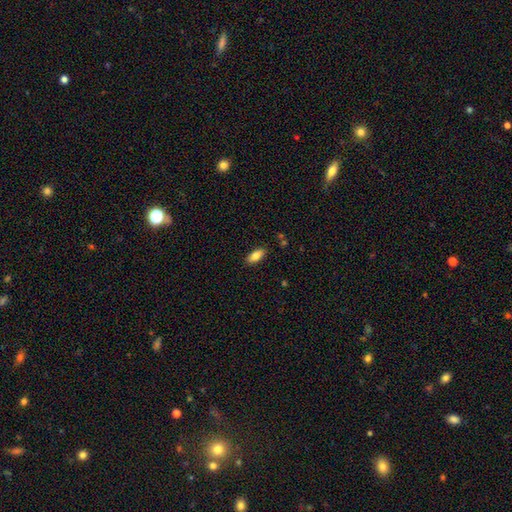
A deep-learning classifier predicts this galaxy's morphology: A smooth galaxy with no disk features (82%) that is in between round and cigar-shaped (87%). Merging: none (87%).